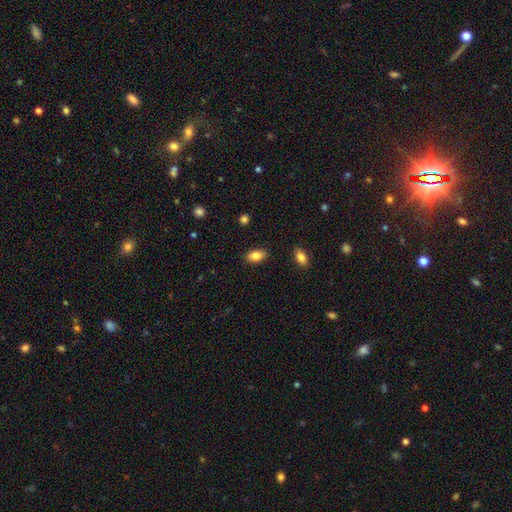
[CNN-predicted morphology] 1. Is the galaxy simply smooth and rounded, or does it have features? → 82% smooth, 10% featured or disk, 8% star or artifact.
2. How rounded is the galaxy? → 90% in between, 7% round, 3% cigar-shaped.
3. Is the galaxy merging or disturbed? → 87% none, 9% minor disturbance, 2% major disturbance, 1% merger.